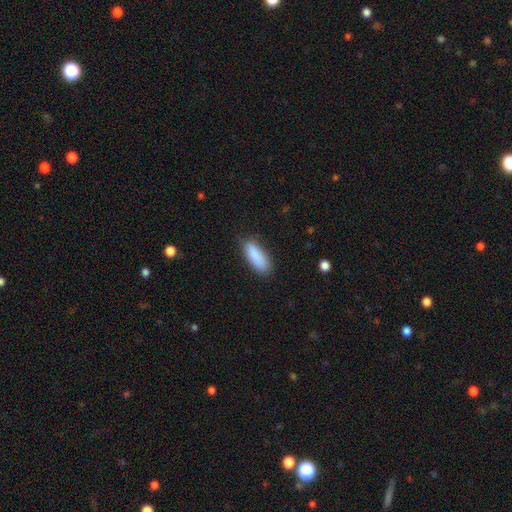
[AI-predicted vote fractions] Smooth or featured?
  - smooth: 89% *
  - star or artifact: 6%
  - featured or disk: 5%
How rounded?
  - in between: 68% *
  - cigar-shaped: 30%
  - round: 2%
Merging?
  - none: 79% *
  - minor disturbance: 16%
  - major disturbance: 4%
  - merger: 1%